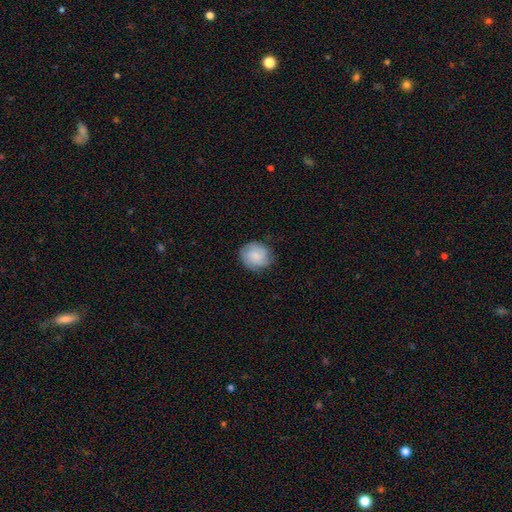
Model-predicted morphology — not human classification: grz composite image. It shows a smooth galaxy with no disk features (79%) that is round (81%). Merging: none (77%).